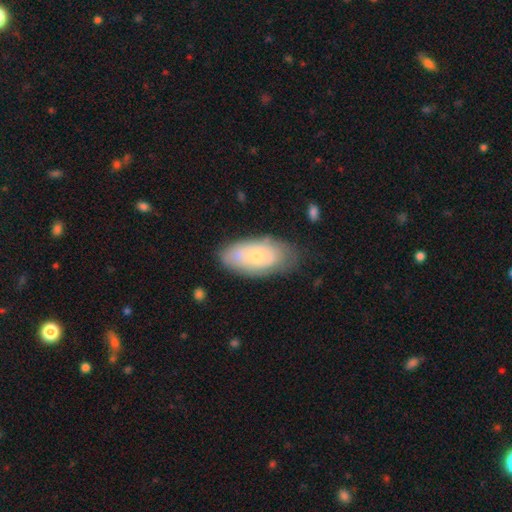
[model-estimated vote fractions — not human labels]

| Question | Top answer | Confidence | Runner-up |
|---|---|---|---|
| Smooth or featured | featured or disk | 51% | smooth (43%) |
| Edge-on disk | no | 91% | yes (9%) |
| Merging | none | 69% | minor disturbance (23%) |